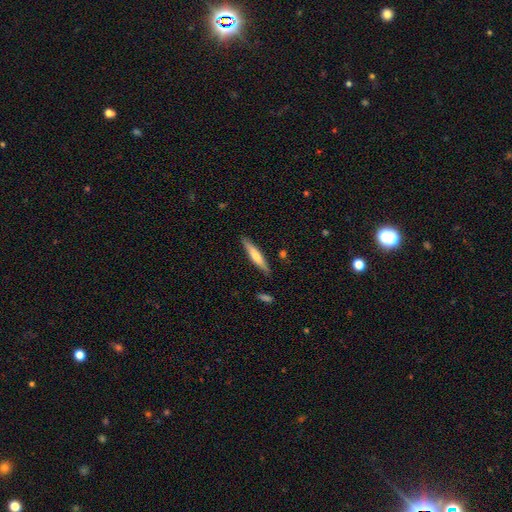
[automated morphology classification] Smooth or featured? Predicted: smooth (p=0.59). How rounded? Predicted: cigar-shaped (p=0.91). Merging? Predicted: none (p=0.86).